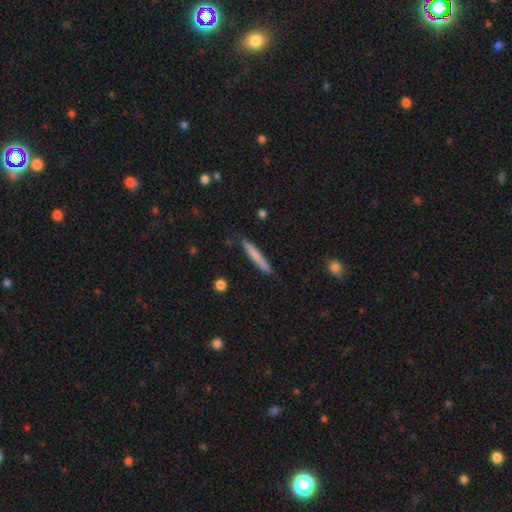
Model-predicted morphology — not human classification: smooth_or_featured: smooth (p=0.71) [alt: featured or disk p=0.24]
how_rounded: cigar-shaped (p=0.95) [alt: in between p=0.04]
merging: none (p=0.83) [alt: minor disturbance p=0.13]